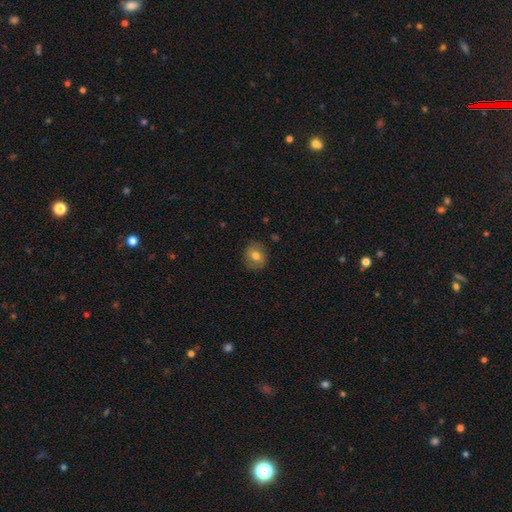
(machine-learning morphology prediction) Q: Smooth or featured?
A: smooth (75%); runner-up: featured or disk (16%)
Q: How rounded?
A: round (74%); runner-up: in between (25%)
Q: Merging?
A: none (85%); runner-up: minor disturbance (11%)